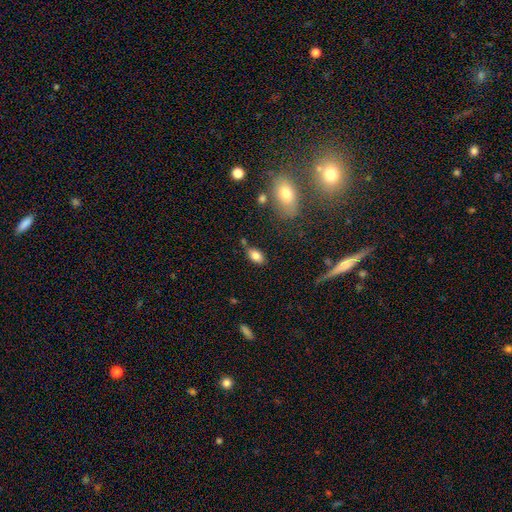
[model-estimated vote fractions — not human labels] smooth-or-featured: smooth: 81% | featured or disk: 10% | star or artifact: 9%
  how-rounded: in between: 90% | round: 6% | cigar-shaped: 4%
  merging: none: 71% | minor disturbance: 18% | merger: 7% | major disturbance: 4%